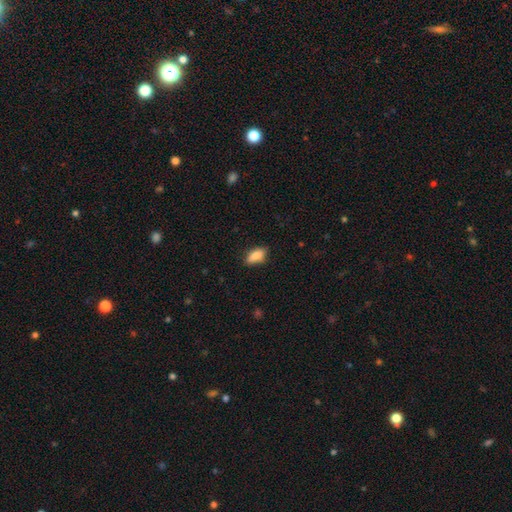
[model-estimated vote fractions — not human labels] Morphology: type=smooth (85%); roundness=in between (81%); merging=none (78%).